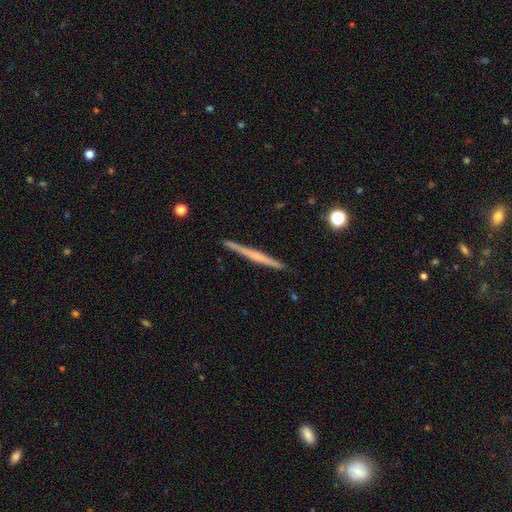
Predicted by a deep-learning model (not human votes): Smooth or featured? featured or disk (62%)
Edge-on disk? yes (98%)
Edge-on bulge? none (60%)
Merging? none (92%)